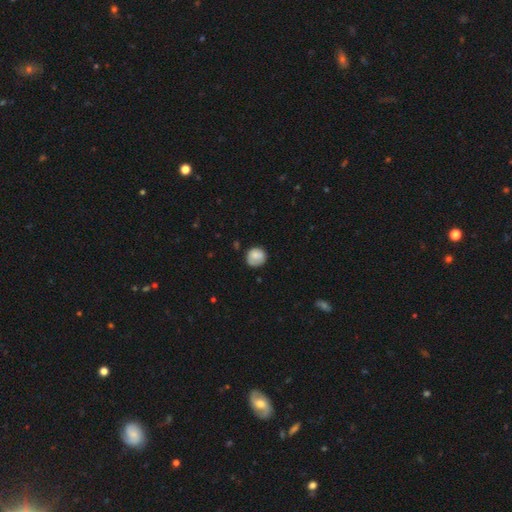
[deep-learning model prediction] Smooth or featured? Predicted: smooth (p=0.79). How rounded? Predicted: round (p=0.88). Merging? Predicted: none (p=0.72).